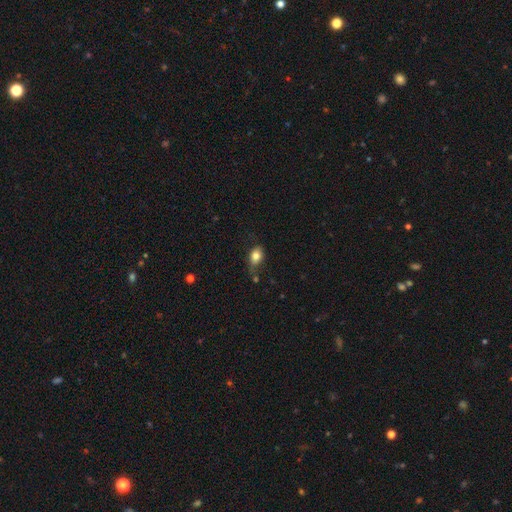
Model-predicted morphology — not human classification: Smooth or featured?
  - smooth: 81% *
  - featured or disk: 10%
  - star or artifact: 9%
How rounded?
  - in between: 72% *
  - round: 26%
  - cigar-shaped: 2%
Merging?
  - none: 51% *
  - minor disturbance: 31%
  - major disturbance: 11%
  - merger: 6%